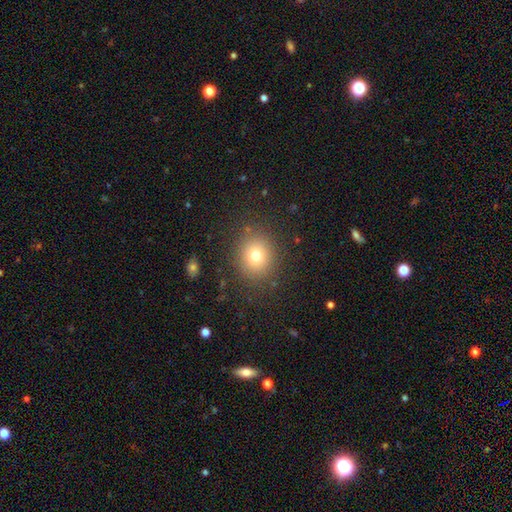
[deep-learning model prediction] Overall: smooth (74%). How rounded: round (76%). Merging: none (85%).